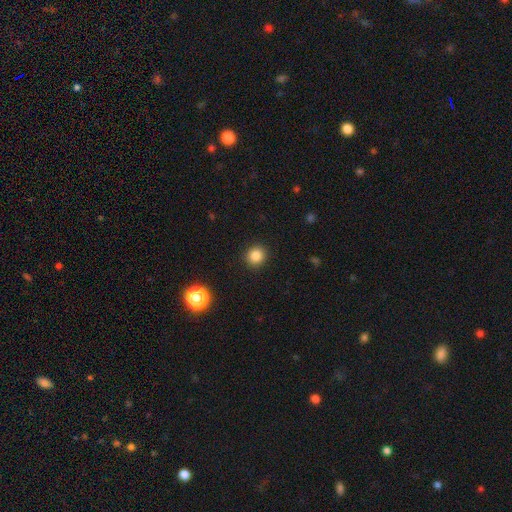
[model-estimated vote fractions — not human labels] Smooth or featured: smooth — 84% (star or artifact — 12%)
How rounded: round — 88% (in between — 11%)
Merging: none — 91% (minor disturbance — 6%)